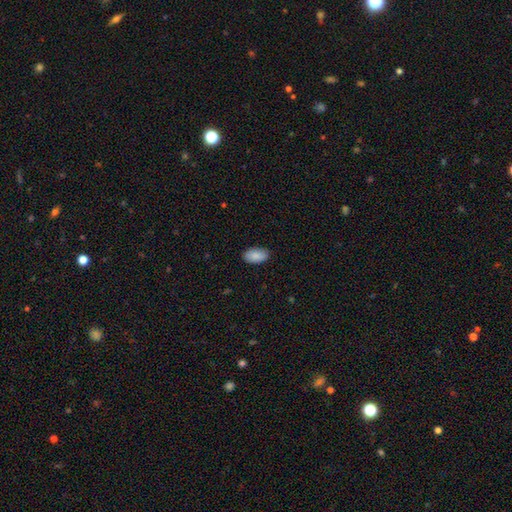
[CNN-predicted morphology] smooth 89%, star or artifact 6%, featured or disk 5%. Down the decision tree: how rounded — in between (95%); merging — none (87%).